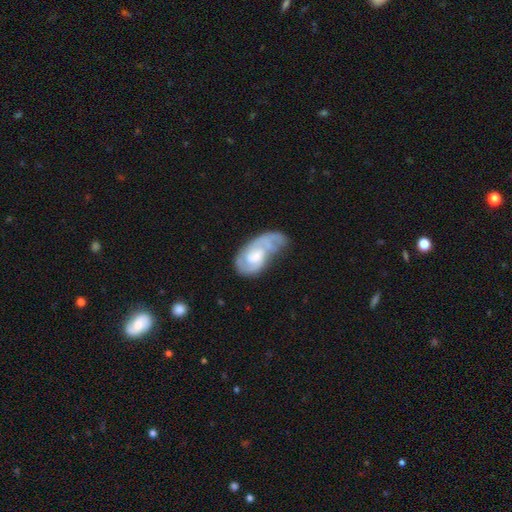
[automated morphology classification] The model was most divided on "spiral winding": tight: 41%, medium: 40%, loose: 19%. Remaining: edge-on disk — no (96%); spiral arms — yes (86%); smooth or featured — featured or disk (71%); bar — no (53%); spiral arm count — 2 (51%); bulge size — moderate (42%); merging — none (33%).